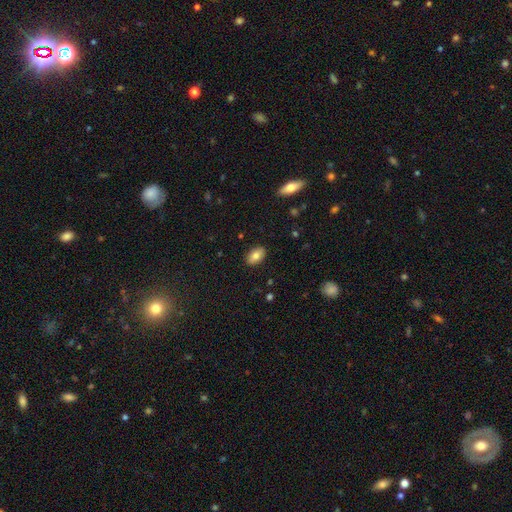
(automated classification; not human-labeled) Smooth or featured?
  - smooth: 79% *
  - featured or disk: 14%
  - star or artifact: 8%
How rounded?
  - in between: 90% *
  - round: 8%
  - cigar-shaped: 2%
Merging?
  - none: 88% *
  - minor disturbance: 9%
  - major disturbance: 2%
  - merger: 1%